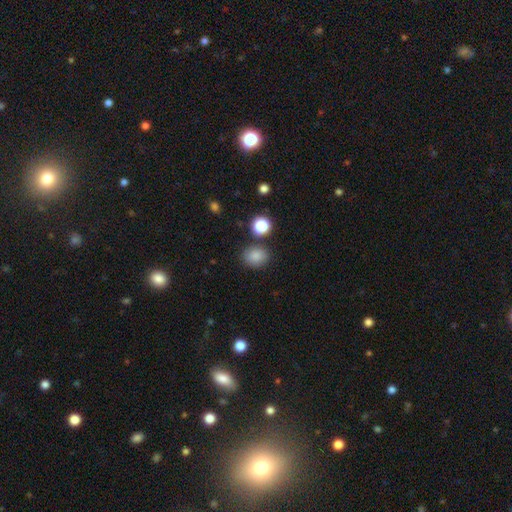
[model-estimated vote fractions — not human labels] A smooth galaxy with no disk features (84%) that is round (50%). Merging: none (80%).